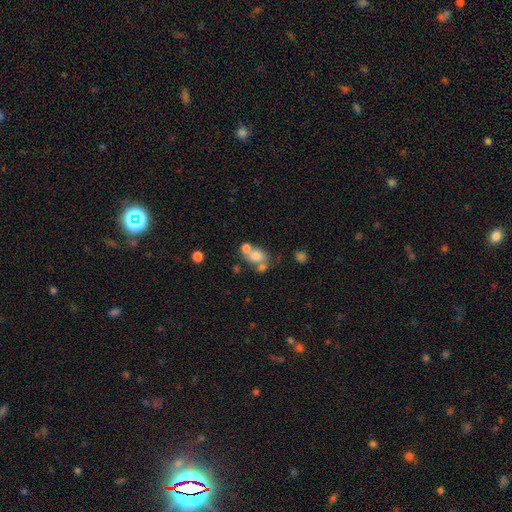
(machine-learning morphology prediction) This is likely a smooth galaxy (71%). How rounded: possibly in between (59%). Merging: possibly merger (46%).